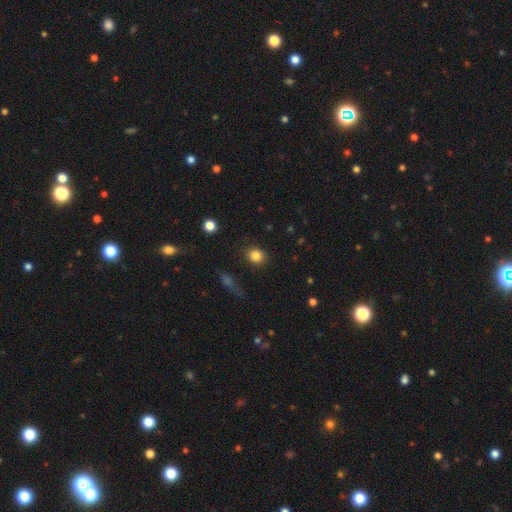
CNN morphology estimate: smooth 84%, star or artifact 11%, featured or disk 5%. Down the decision tree: how rounded — round (72%); merging — none (86%).